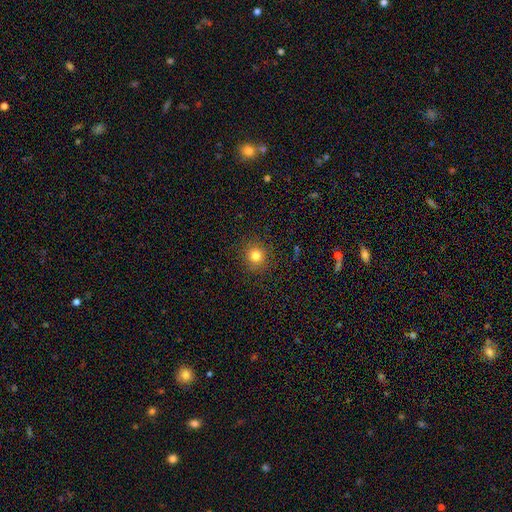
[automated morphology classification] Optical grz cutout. It shows a smooth galaxy with no disk features (80%) that is round (92%). Merging: none (89%).